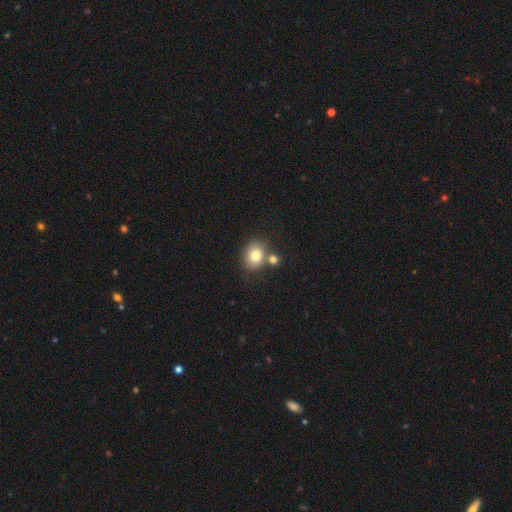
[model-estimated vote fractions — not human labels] A smooth galaxy with no disk features (79%) that is round (58%). Merging: none (60%).